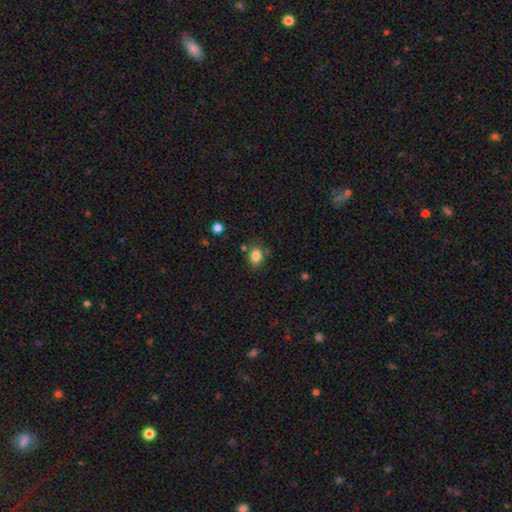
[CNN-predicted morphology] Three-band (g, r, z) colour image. It shows a smooth galaxy with no disk features (84%) that is in between round and cigar-shaped (63%). Merging: none (71%).